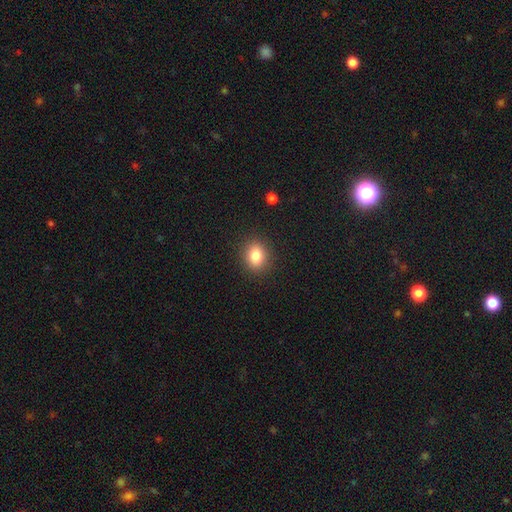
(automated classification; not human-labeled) Smooth or featured?
  - smooth: 83% *
  - star or artifact: 10%
  - featured or disk: 7%
How rounded?
  - round: 55% *
  - in between: 44%
  - cigar-shaped: 1%
Merging?
  - none: 89% *
  - minor disturbance: 7%
  - major disturbance: 2%
  - merger: 1%